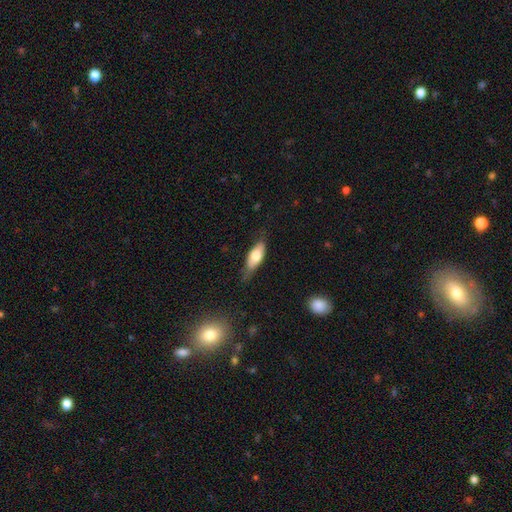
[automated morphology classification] type=smooth (66%); roundness=in between (74%); merging=none (65%).